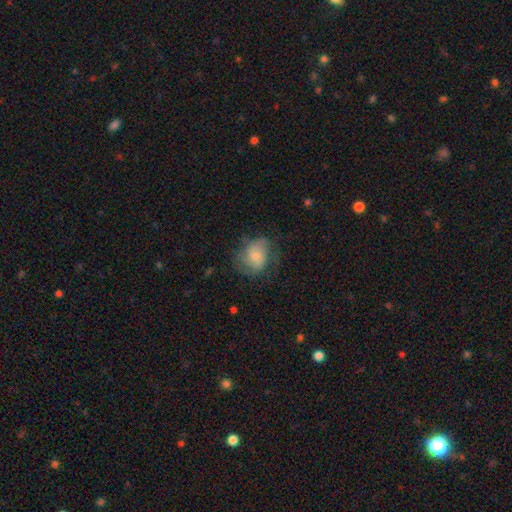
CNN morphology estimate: Smooth or featured? smooth (49%)
Merging? none (53%)